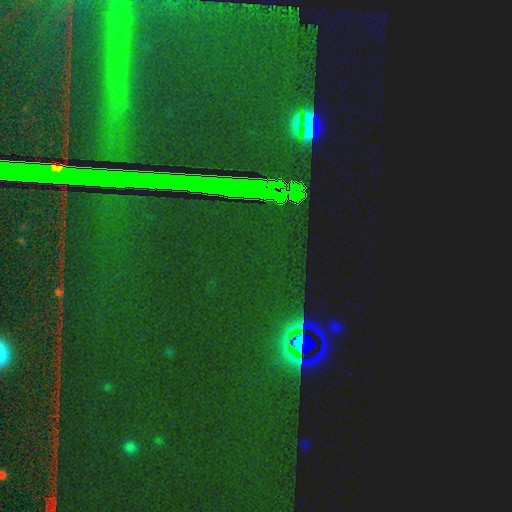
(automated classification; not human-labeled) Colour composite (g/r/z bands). It shows a star or artifact, not a galaxy (86%).